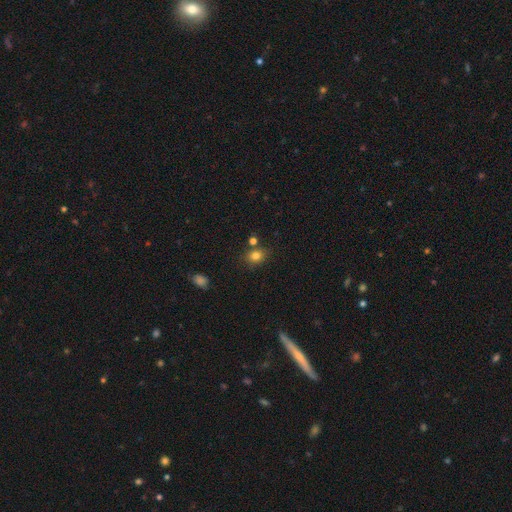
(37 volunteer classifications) Smooth or featured: smooth — 84% (star or artifact — 11%)
How rounded: round — 58% (in between — 42%)
Merging: none — 76% (minor disturbance — 12%)